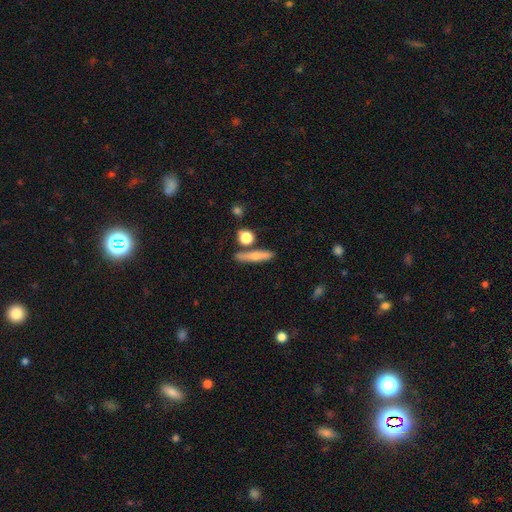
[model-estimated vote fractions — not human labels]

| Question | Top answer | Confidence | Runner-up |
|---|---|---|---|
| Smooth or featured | smooth | 63% | featured or disk (29%) |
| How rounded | cigar-shaped | 76% | in between (14%) |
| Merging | none | 77% | minor disturbance (11%) |